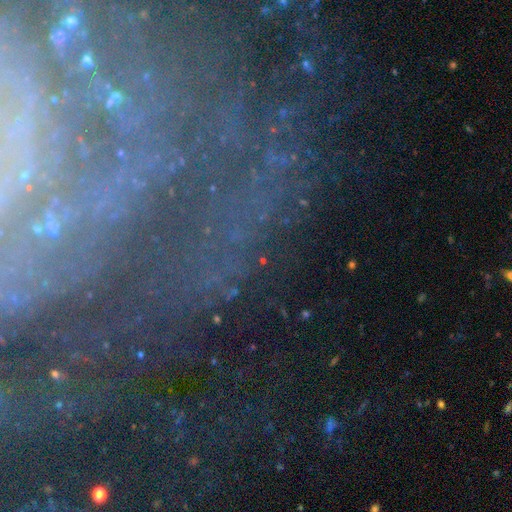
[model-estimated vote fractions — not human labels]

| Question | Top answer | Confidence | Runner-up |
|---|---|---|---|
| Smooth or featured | featured or disk | 56% | star or artifact (29%) |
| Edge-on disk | no | 88% | yes (12%) |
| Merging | none | 68% | minor disturbance (14%) |